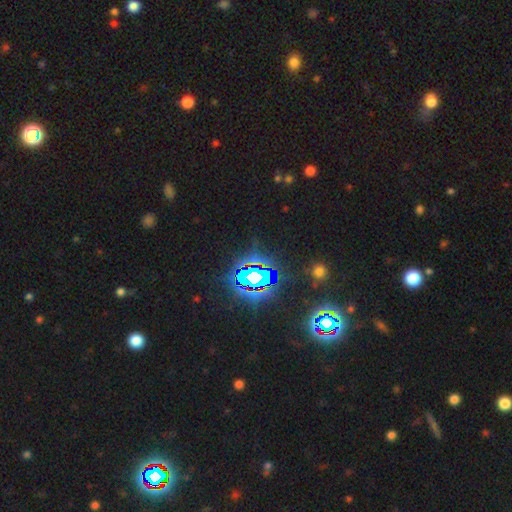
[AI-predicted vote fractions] A star or artifact, not a galaxy (79%).

Vote fractions:
- Smooth or featured? star or artifact: 79% / smooth: 13% / featured or disk: 8%